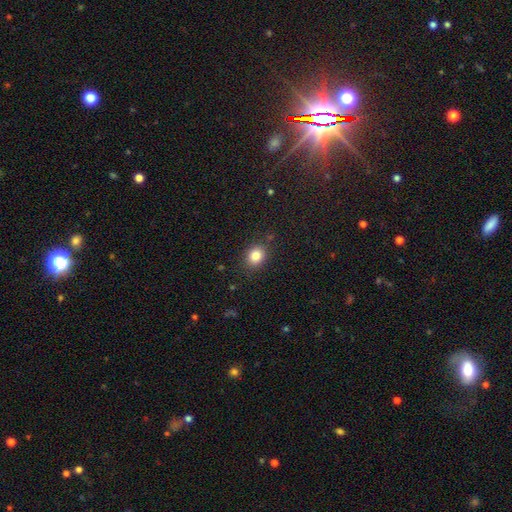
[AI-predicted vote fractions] smooth_or_featured: smooth (p=0.84) [alt: star or artifact p=0.11]
how_rounded: round (p=0.60) [alt: in between p=0.39]
merging: none (p=0.85) [alt: minor disturbance p=0.10]